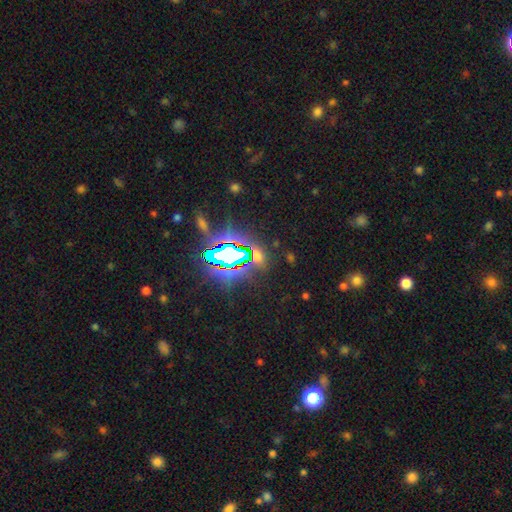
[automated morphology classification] Overall: star or artifact (68%).